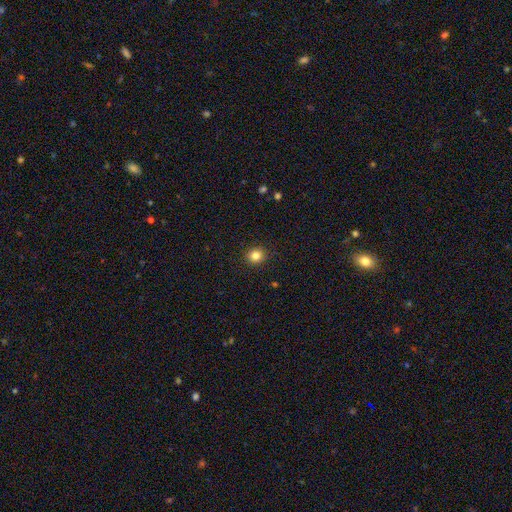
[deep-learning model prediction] Smooth or featured? Predicted: smooth (p=0.83). How rounded? Predicted: round (p=0.88). Merging? Predicted: none (p=0.92).